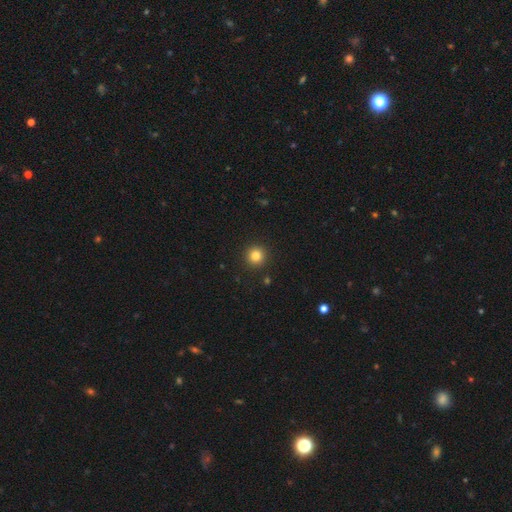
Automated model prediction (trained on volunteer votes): Morphology: type=smooth (82%); roundness=round (96%); merging=none (93%).